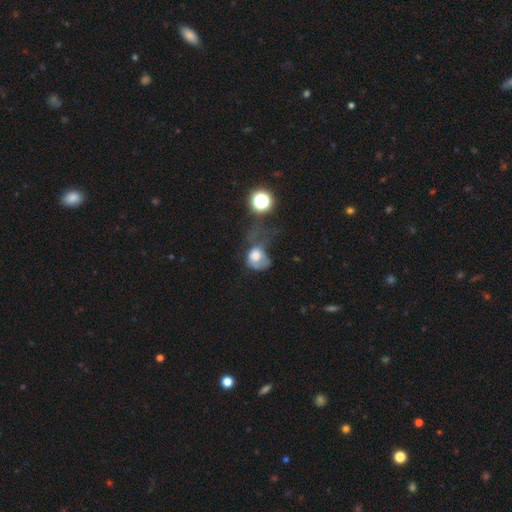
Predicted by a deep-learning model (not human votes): Smooth or featured? smooth (63%)
How rounded? round (57%)
Merging? major disturbance (54%)